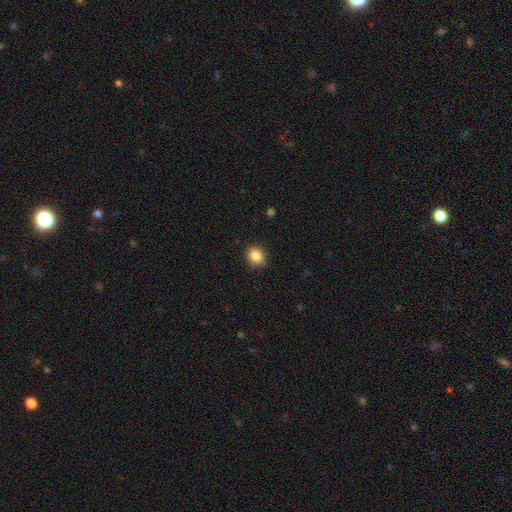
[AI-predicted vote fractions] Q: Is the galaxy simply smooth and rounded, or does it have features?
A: smooth — 87%.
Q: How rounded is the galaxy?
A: round — 68%.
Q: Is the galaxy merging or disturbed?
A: none — 87%.